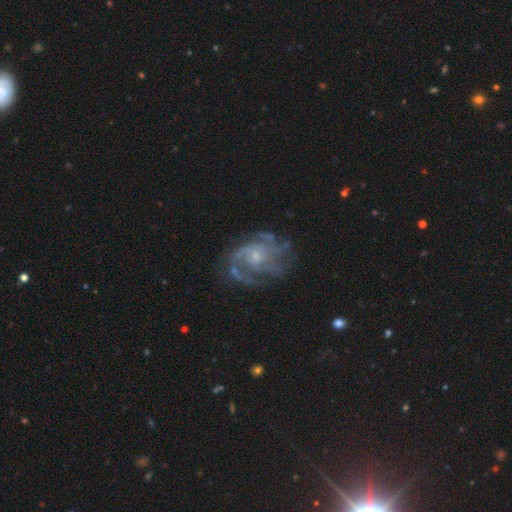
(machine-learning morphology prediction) Smooth or featured?
  - featured or disk: 86% *
  - star or artifact: 8%
  - smooth: 6%
Edge-on disk?
  - no: 98% *
  - yes: 2%
Bar?
  - no: 73% *
  - weak: 24%
  - strong: 4%
Spiral arms?
  - yes: 95% *
  - no: 5%
Spiral winding?
  - medium: 45% *
  - tight: 40%
  - loose: 15%
Spiral arm count?
  - 3: 27% *
  - can't tell: 24%
  - 4: 18%
  - 2: 15%
  - more than 4: 8%
  - 1: 8%
Bulge size?
  - small: 66% *
  - moderate: 27%
  - none: 5%
  - large: 2%
  - dominant: 1%
Merging?
  - none: 65% *
  - minor disturbance: 18%
  - major disturbance: 15%
  - merger: 2%